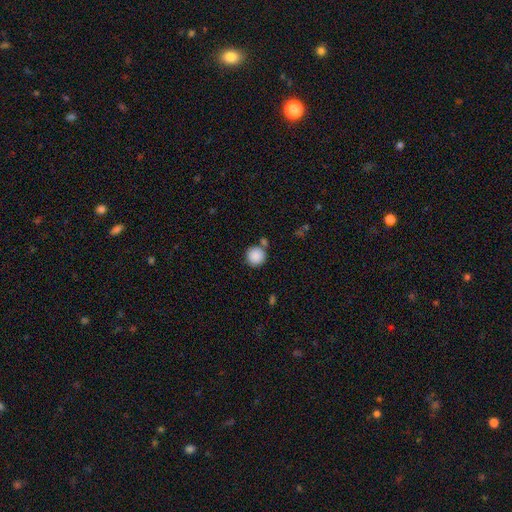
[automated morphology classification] Overall: smooth (88%). How rounded: round (94%). Merging: none (75%).